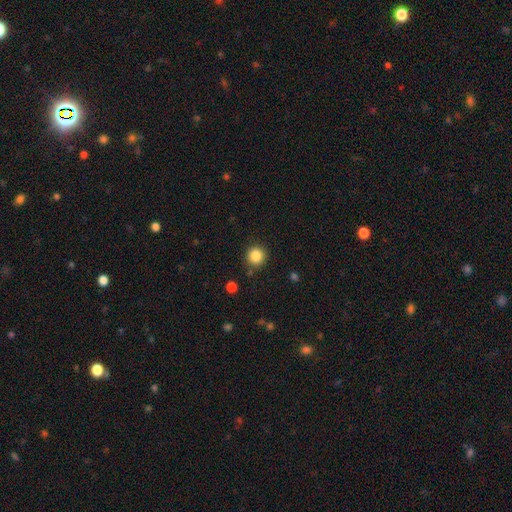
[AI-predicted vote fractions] Morphology: type=smooth (85%); roundness=round (93%); merging=none (88%).